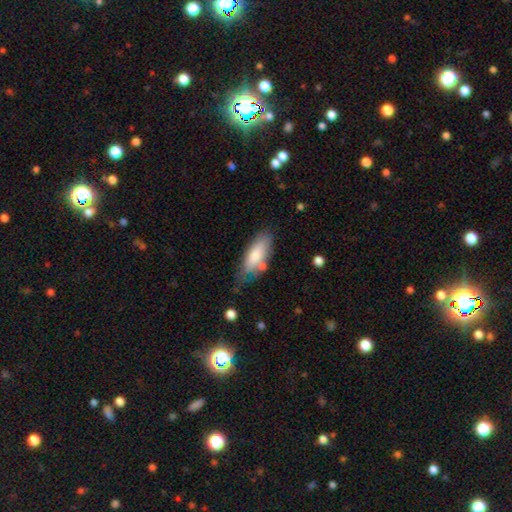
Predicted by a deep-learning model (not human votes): Smooth or featured?
  - smooth: 75% *
  - featured or disk: 19%
  - star or artifact: 6%
How rounded?
  - in between: 73% *
  - cigar-shaped: 25%
  - round: 2%
Merging?
  - none: 58% *
  - minor disturbance: 26%
  - merger: 8%
  - major disturbance: 7%